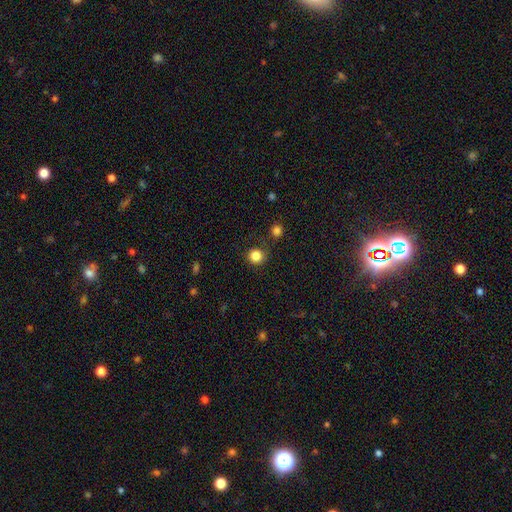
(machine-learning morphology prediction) Smooth or featured?
  - smooth: 84% *
  - star or artifact: 12%
  - featured or disk: 4%
How rounded?
  - round: 92% *
  - in between: 7%
  - cigar-shaped: 1%
Merging?
  - none: 83% *
  - minor disturbance: 9%
  - merger: 4%
  - major disturbance: 3%